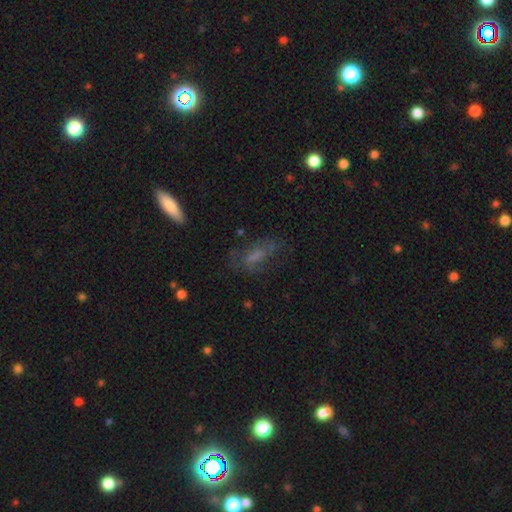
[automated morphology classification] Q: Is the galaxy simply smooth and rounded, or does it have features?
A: smooth — 48%.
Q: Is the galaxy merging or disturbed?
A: none — 54%.